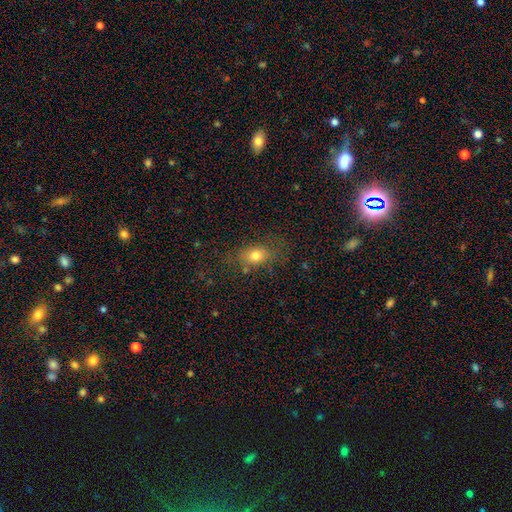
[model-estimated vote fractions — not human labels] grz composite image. It shows a smooth galaxy with no disk features (76%) that is in between round and cigar-shaped (67%). Merging: none (71%).